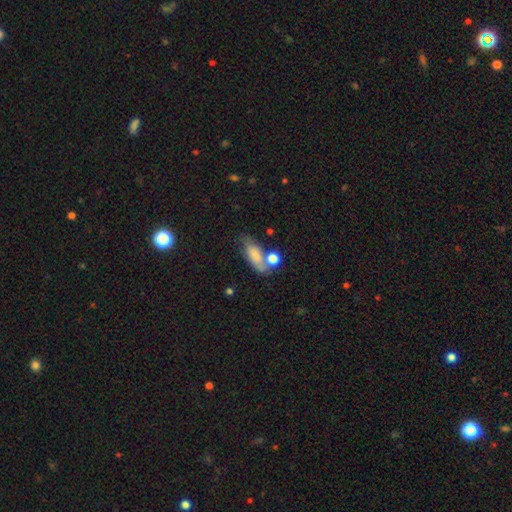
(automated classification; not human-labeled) The model was most divided on "merging": none: 39%, merger: 27%, minor disturbance: 21%, major disturbance: 12%. More confident: how rounded — in between (78%); smooth or featured — smooth (72%).